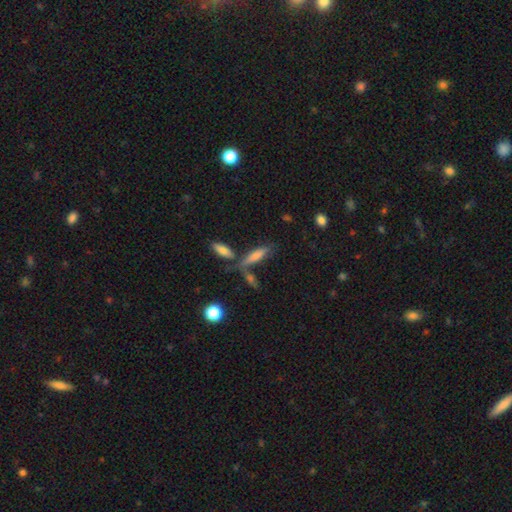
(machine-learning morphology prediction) Smooth or featured? Predicted: smooth (p=0.70). How rounded? Predicted: cigar-shaped (p=0.68). Merging? Predicted: none (p=0.52).